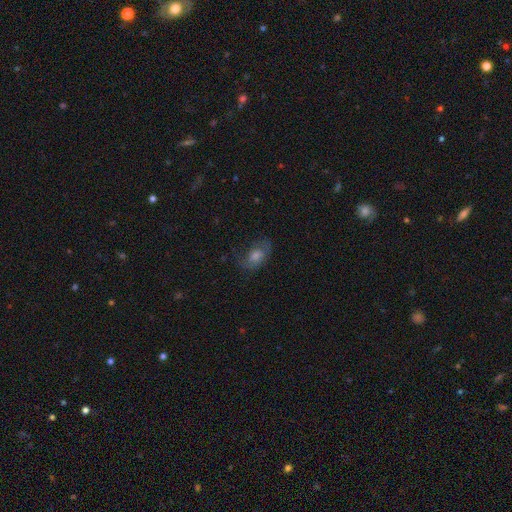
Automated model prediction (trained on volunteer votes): smooth 44%, featured or disk 40%, star or artifact 16%. Down the decision tree: merging — none (64%).